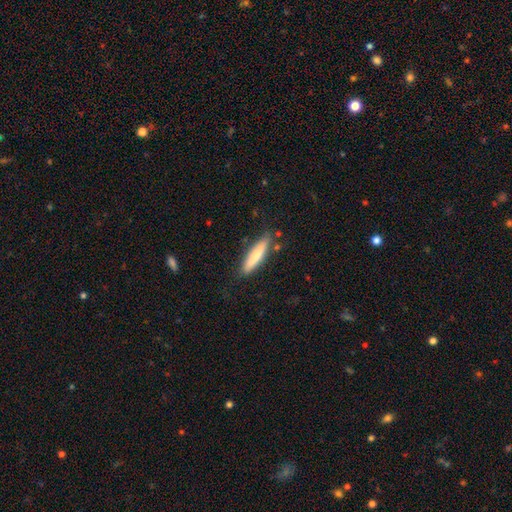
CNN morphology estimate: Smooth or featured: smooth — 70% (featured or disk — 24%)
How rounded: cigar-shaped — 83% (in between — 16%)
Merging: none — 82% (minor disturbance — 12%)